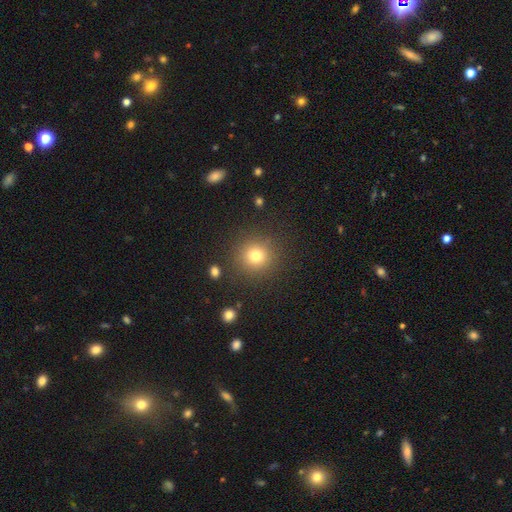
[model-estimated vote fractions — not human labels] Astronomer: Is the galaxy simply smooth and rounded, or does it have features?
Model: smooth — 78%.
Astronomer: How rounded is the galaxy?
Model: round — 93%.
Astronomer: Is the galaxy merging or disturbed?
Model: none — 88%.